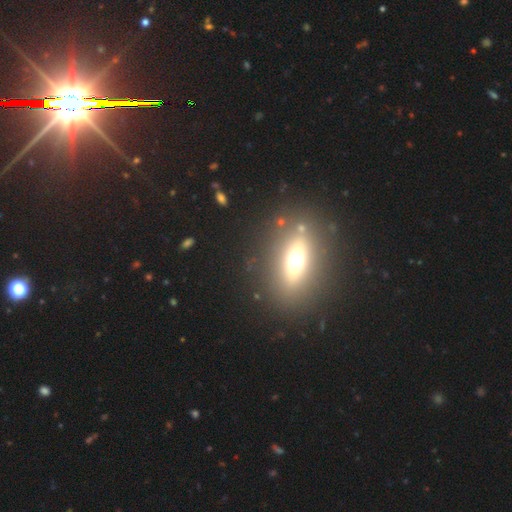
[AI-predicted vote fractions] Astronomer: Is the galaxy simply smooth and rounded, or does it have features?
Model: featured or disk — 43% (runner-up: smooth, 31%).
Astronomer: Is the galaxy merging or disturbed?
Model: none — 84%.